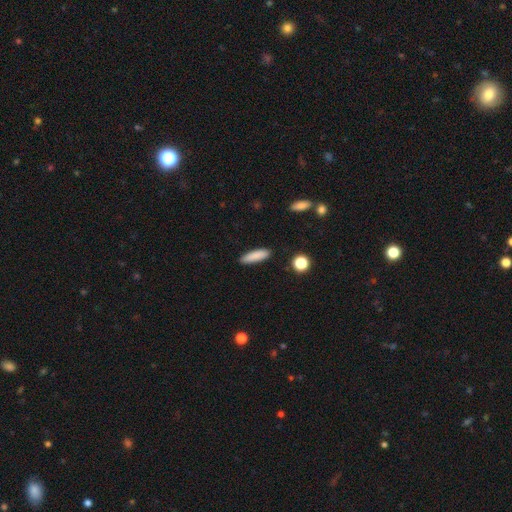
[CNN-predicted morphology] A smooth galaxy with no disk features (86%) that is cigar-shaped (62%).

Vote fractions:
- Smooth or featured? smooth: 86% / star or artifact: 7% / featured or disk: 6%
- How rounded? cigar-shaped: 62% / in between: 36% / round: 2%
- Merging? none: 88% / minor disturbance: 8% / major disturbance: 2% / merger: 2%